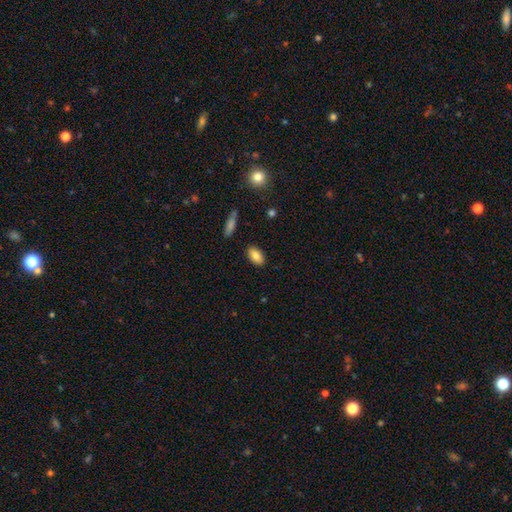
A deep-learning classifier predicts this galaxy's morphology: Q: Smooth or featured?
A: smooth (82%); runner-up: featured or disk (10%)
Q: How rounded?
A: in between (91%); runner-up: round (6%)
Q: Merging?
A: none (88%); runner-up: minor disturbance (9%)